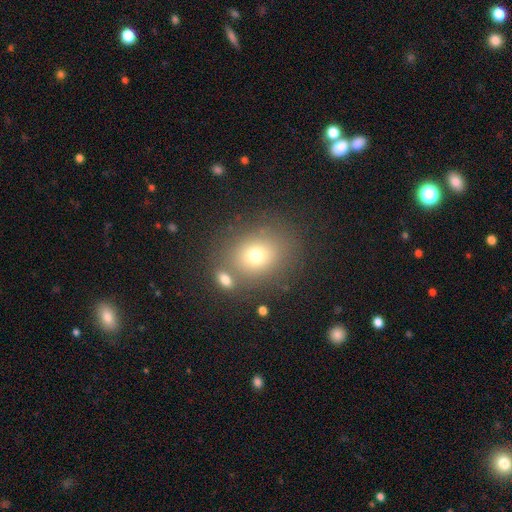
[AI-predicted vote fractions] Smooth or featured?
  - smooth: 71% *
  - star or artifact: 15%
  - featured or disk: 14%
How rounded?
  - round: 59% *
  - in between: 40%
  - cigar-shaped: 1%
Merging?
  - none: 71% *
  - merger: 13%
  - minor disturbance: 11%
  - major disturbance: 5%